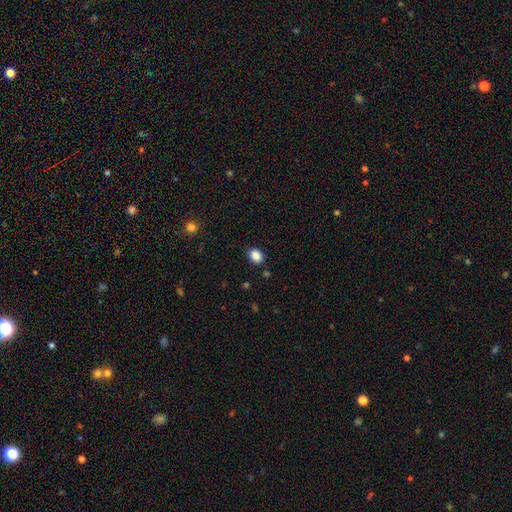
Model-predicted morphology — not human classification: Smooth or featured: smooth — 87% (star or artifact — 9%)
How rounded: in between — 68% (round — 31%)
Merging: none — 85% (minor disturbance — 10%)